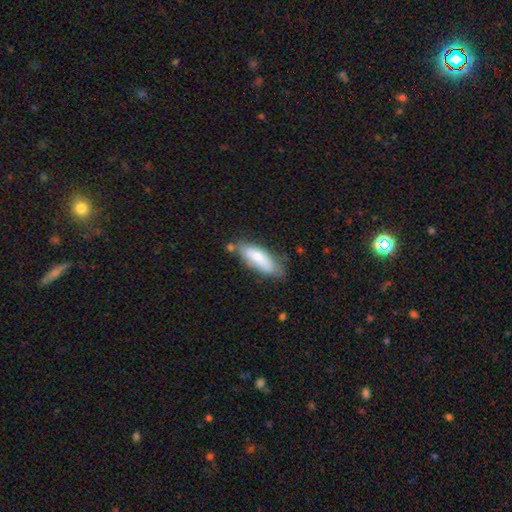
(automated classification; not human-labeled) Q: Smooth or featured?
A: smooth (71%); runner-up: featured or disk (23%)
Q: How rounded?
A: in between (55%); runner-up: cigar-shaped (43%)
Q: Merging?
A: none (62%); runner-up: minor disturbance (25%)